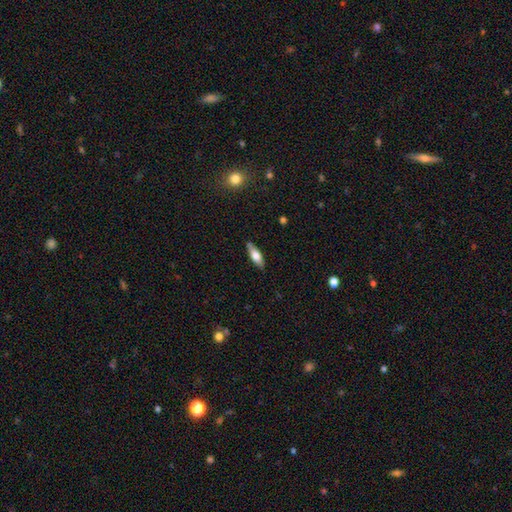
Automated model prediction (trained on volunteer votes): smooth_or_featured: smooth (p=0.59) [alt: featured or disk p=0.35]
how_rounded: in between (p=0.55) [alt: cigar-shaped p=0.43]
merging: none (p=0.84) [alt: minor disturbance p=0.12]